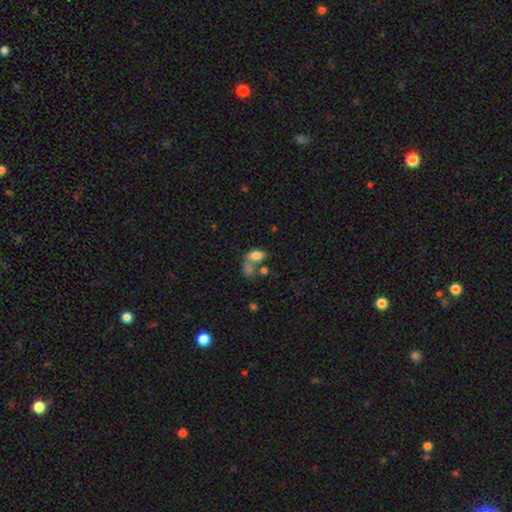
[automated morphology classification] A smooth galaxy with no disk features (77%) that is in between round and cigar-shaped (88%). Merging: merger (48%).